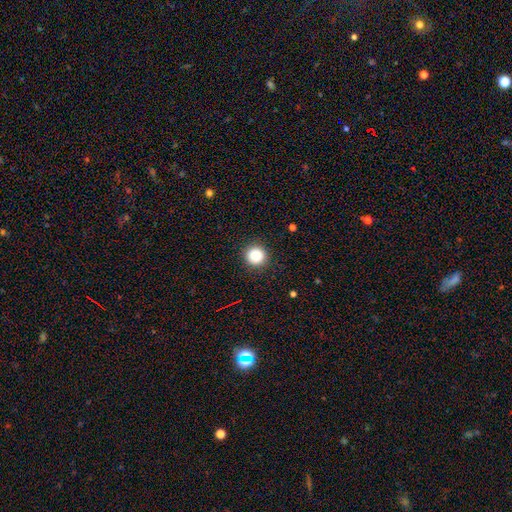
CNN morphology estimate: A smooth galaxy with no disk features (87%) that is round (95%). Merging: none (91%).